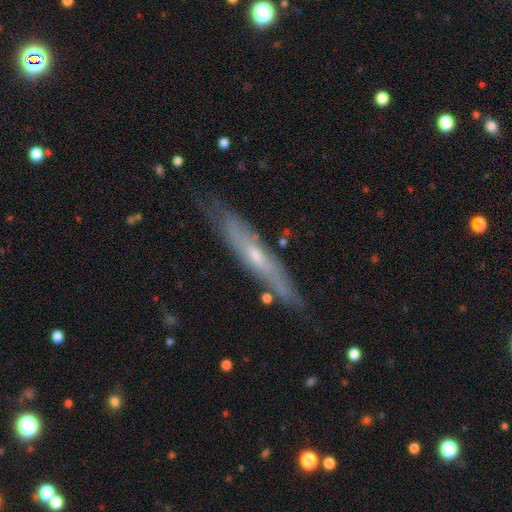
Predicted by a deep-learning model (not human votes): This appears to be a featured or disk galaxy (65%) viewed edge-on (75%). Merging: none (76%).